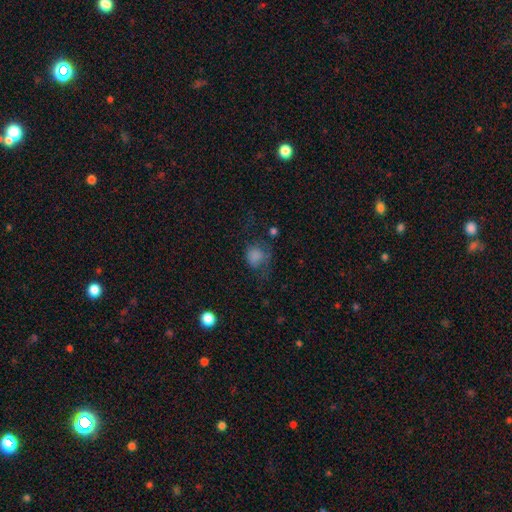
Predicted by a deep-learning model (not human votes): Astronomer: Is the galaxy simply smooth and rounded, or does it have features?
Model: smooth — 73%.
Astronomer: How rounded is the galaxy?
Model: round — 71%.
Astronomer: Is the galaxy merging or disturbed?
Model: none — 39% (runner-up: major disturbance, 34%).